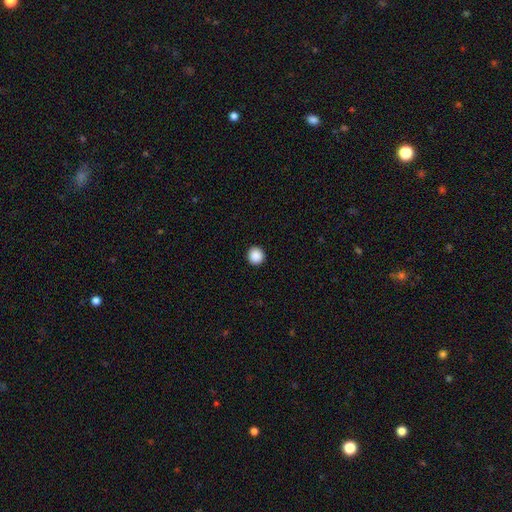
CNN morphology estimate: Smooth or featured: smooth — 89% (star or artifact — 9%)
How rounded: round — 94% (in between — 5%)
Merging: none — 93% (minor disturbance — 4%)